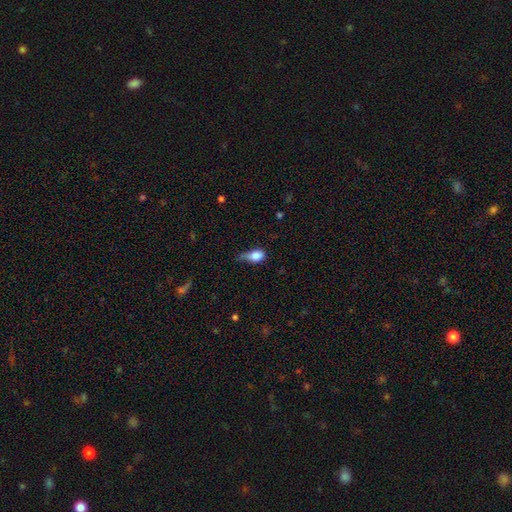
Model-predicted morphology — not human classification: Overall: smooth (80%). How rounded: in between (78%). Merging: minor disturbance (46%; none 25%).